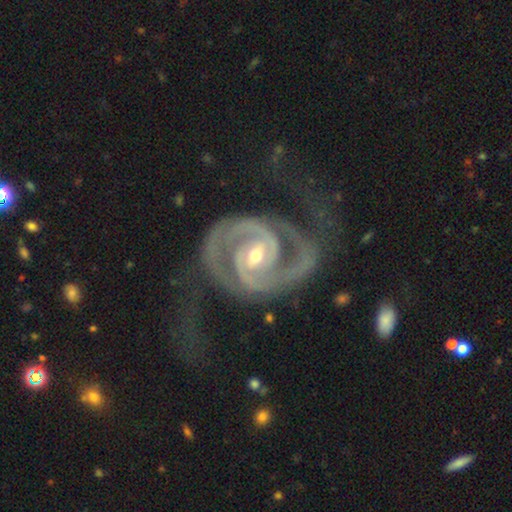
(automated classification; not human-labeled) featured or disk 92%, star or artifact 4%, smooth 3%. Down the decision tree: edge-on disk — no (98%); bar — weak (43%); spiral arms — yes (98%); spiral arm count — 2 (87%); spiral winding — tight (48%); bulge size — small (48%, tied with moderate); merging — none (62%).